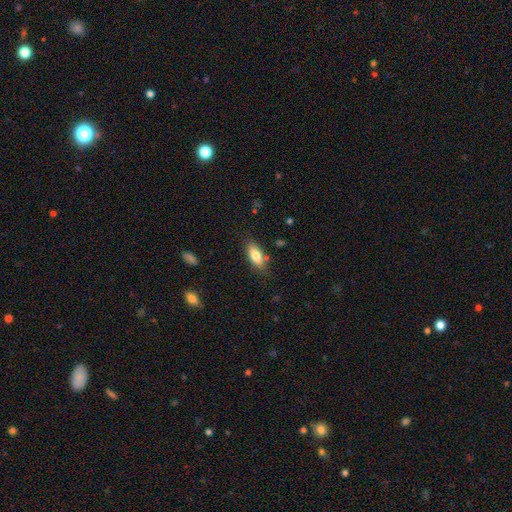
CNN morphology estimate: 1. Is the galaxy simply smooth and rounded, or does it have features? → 77% smooth, 16% featured or disk, 7% star or artifact.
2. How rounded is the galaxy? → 80% in between, 17% cigar-shaped, 3% round.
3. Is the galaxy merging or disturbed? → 79% none, 14% minor disturbance, 3% merger, 3% major disturbance.